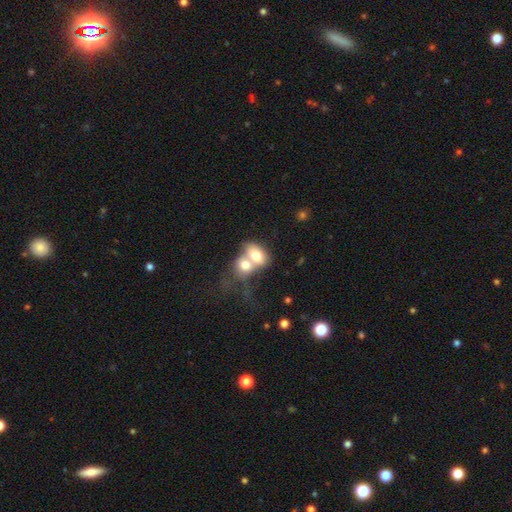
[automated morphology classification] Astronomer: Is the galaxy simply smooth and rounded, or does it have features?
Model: smooth — 70%.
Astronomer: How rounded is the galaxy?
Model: in between — 75%.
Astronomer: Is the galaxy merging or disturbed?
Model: merger — 74%.